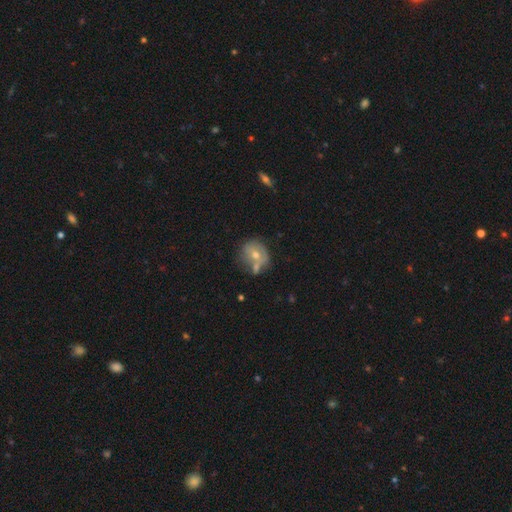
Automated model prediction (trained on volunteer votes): Morphology: type=smooth (50%); roundness=round (70%); merging=none (42%).